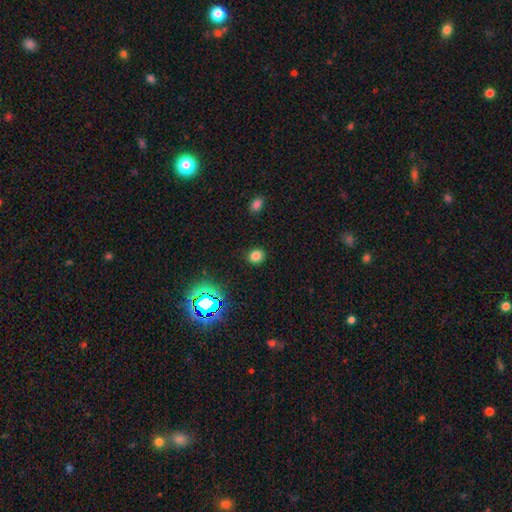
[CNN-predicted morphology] This is likely a smooth galaxy (77%). How rounded: likely round (71%). Merging: clearly none (88%).